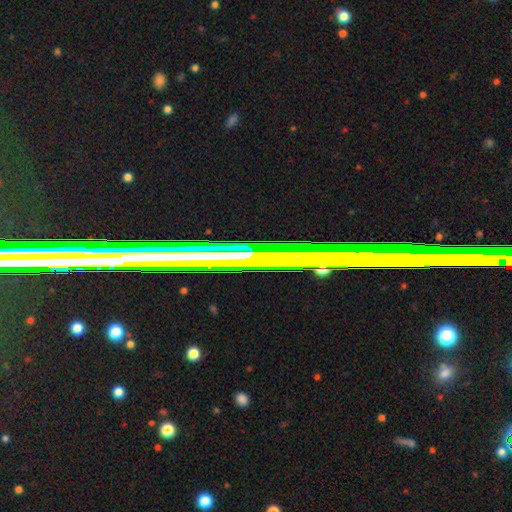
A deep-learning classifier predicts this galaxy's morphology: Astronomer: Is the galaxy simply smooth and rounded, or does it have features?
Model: featured or disk — 43%, tied with star or artifact at 43%.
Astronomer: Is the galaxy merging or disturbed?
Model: none — 90%.